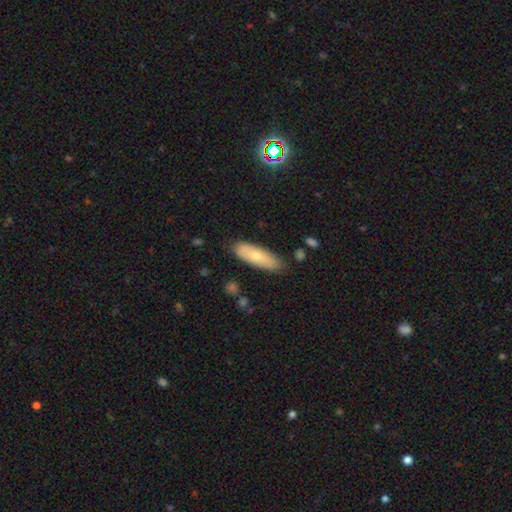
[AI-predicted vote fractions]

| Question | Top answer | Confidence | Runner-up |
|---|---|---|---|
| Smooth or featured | smooth | 67% | featured or disk (26%) |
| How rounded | in between | 56% | cigar-shaped (42%) |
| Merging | none | 80% | minor disturbance (15%) |